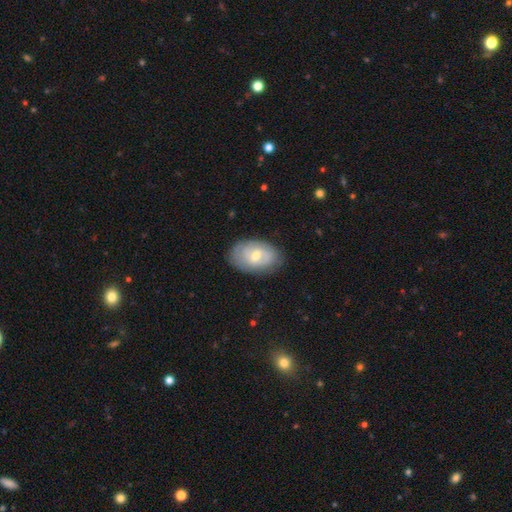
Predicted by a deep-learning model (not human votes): The model was most divided on "bar": weak: 47%, no: 41%, strong: 11%. More confident: edge-on disk — no (94%); merging — none (77%); spiral arms — yes (64%); bulge size — moderate (57%); smooth or featured — featured or disk (55%).